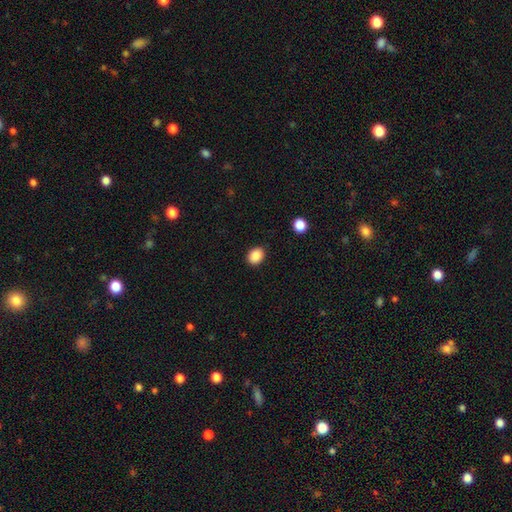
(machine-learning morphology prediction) Smooth or featured: smooth — 88% (star or artifact — 9%)
How rounded: in between — 55% (round — 44%)
Merging: none — 89% (minor disturbance — 7%)